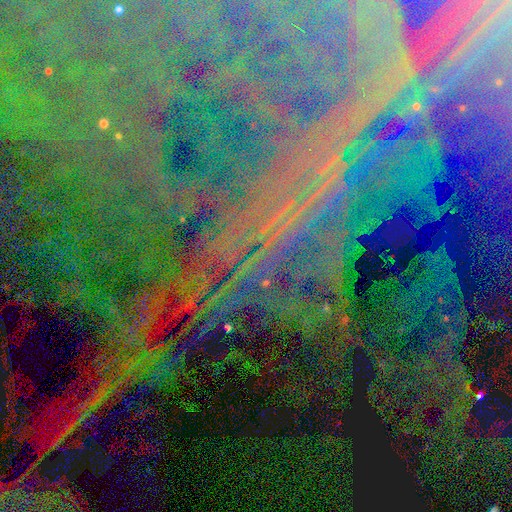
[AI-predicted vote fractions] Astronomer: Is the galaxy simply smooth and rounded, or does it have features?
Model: star or artifact — 83%.